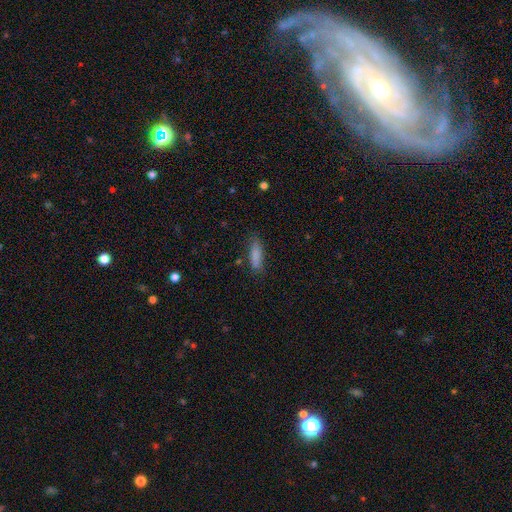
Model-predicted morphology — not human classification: The model was most divided on "how rounded": cigar-shaped: 56%, in between: 42%, round: 2%. More confident: smooth or featured — smooth (84%); merging — none (78%).